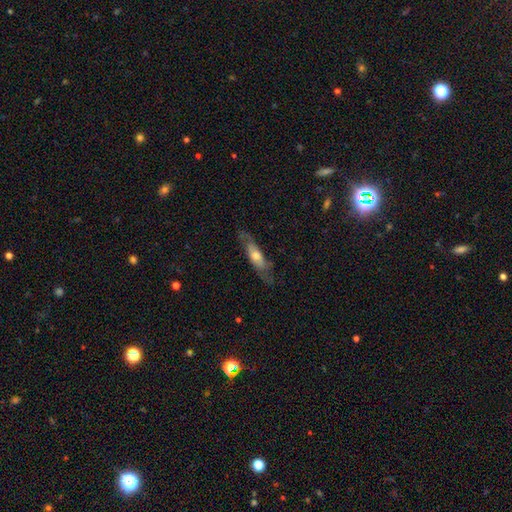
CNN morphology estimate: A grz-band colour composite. It shows a featured or disk galaxy (52%). Merging: none (70%).